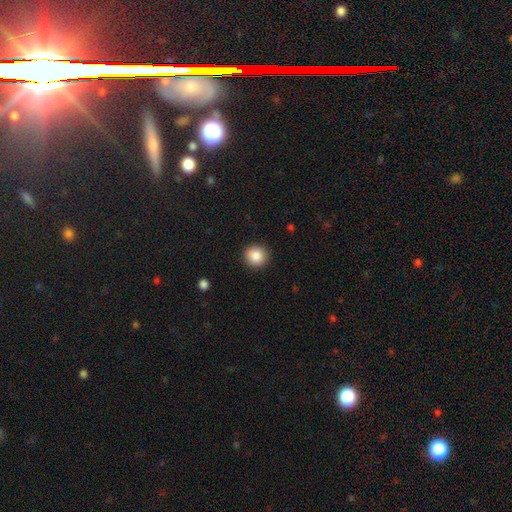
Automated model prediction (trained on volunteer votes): This appears to be a smooth galaxy with no disk features (86%) that is round (92%). Merging: none (91%).